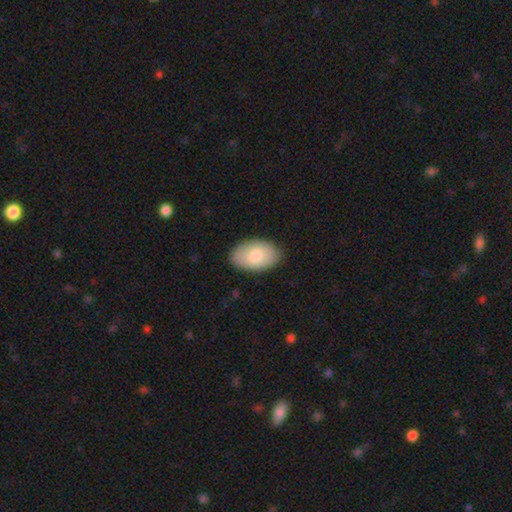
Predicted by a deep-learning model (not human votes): Overall: smooth (83%). How rounded: in between (93%). Merging: none (86%).